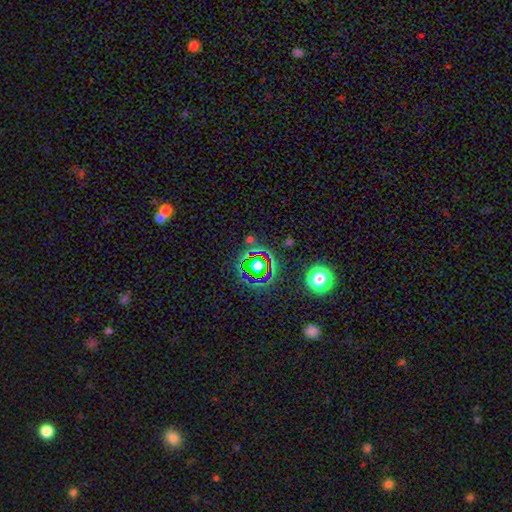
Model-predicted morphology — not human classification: star or artifact 66%, smooth 21%, featured or disk 14%.